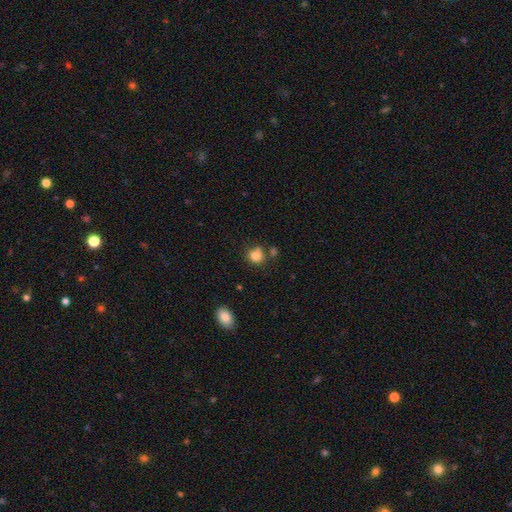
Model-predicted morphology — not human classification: Q: Smooth or featured?
A: smooth (82%); runner-up: star or artifact (11%)
Q: How rounded?
A: round (81%); runner-up: in between (18%)
Q: Merging?
A: none (66%); runner-up: minor disturbance (18%)